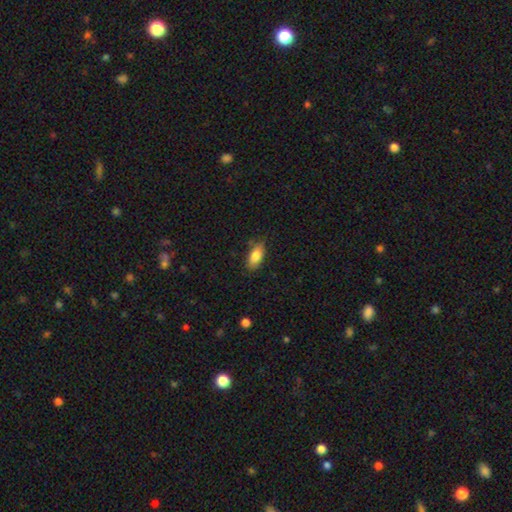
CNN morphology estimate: Smooth or featured? Predicted: smooth (p=0.83). How rounded? Predicted: in between (p=0.86). Merging? Predicted: none (p=0.78).